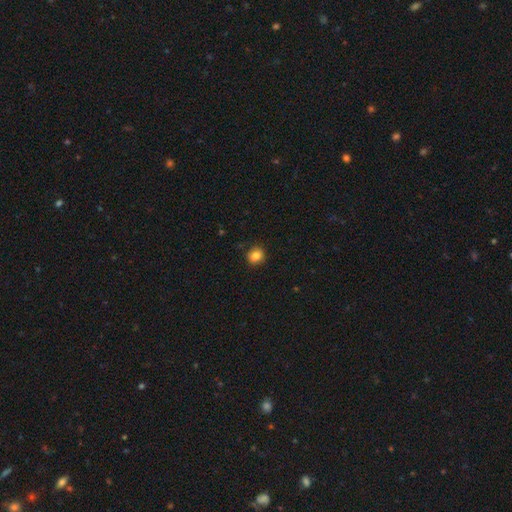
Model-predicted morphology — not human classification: smooth-or-featured: smooth: 84% | star or artifact: 11% | featured or disk: 5%
  how-rounded: round: 82% | in between: 17% | cigar-shaped: 1%
  merging: none: 88% | minor disturbance: 9% | major disturbance: 2% | merger: 1%